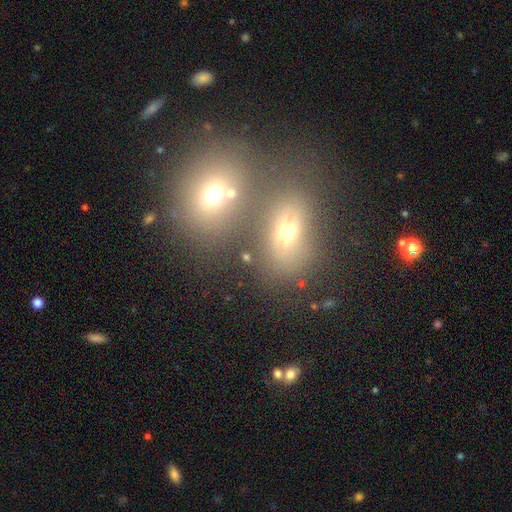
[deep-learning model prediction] This appears to be a smooth galaxy with no disk features (54%) that is in between round and cigar-shaped (57%). Merging: merger (52%).